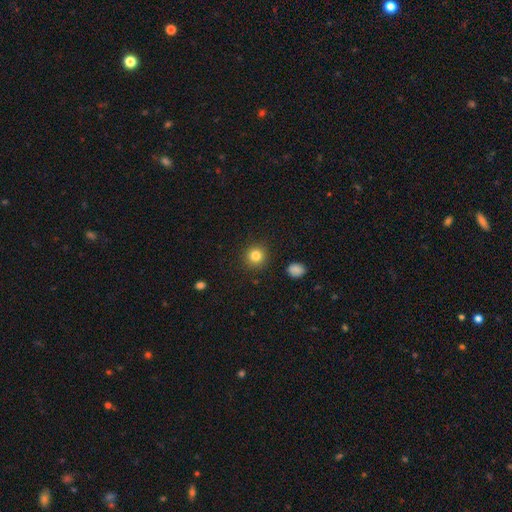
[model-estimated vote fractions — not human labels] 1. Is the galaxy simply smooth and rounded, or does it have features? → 83% smooth, 11% star or artifact, 6% featured or disk.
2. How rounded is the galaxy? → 93% round, 6% in between, 1% cigar-shaped.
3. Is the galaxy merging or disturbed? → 91% none, 6% minor disturbance, 2% major disturbance, 1% merger.